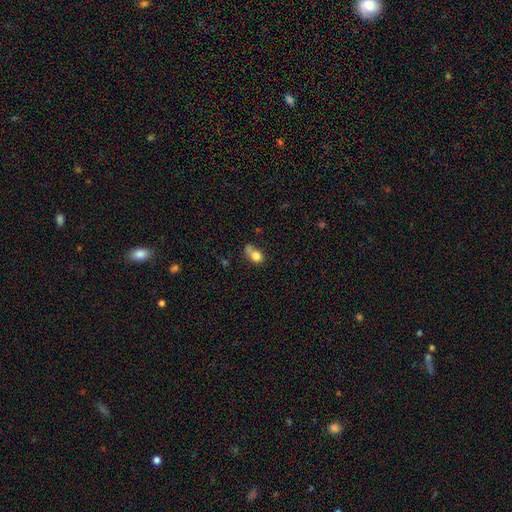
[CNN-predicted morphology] The model was most divided on "merging": none: 37%, merger: 32%, minor disturbance: 20%, major disturbance: 11%. More confident: smooth or featured — smooth (78%); how rounded — round (53%).